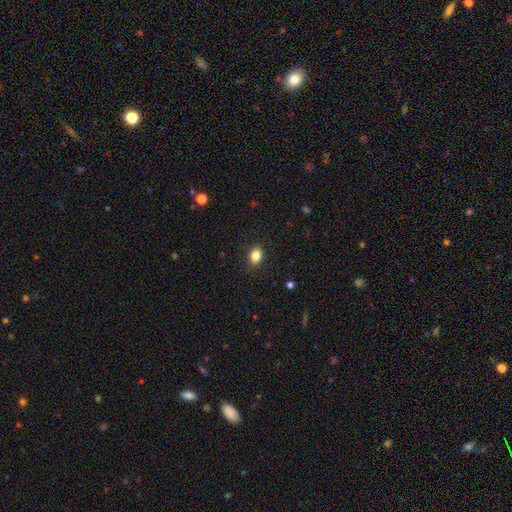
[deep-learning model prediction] A smooth galaxy with no disk features (85%) that is in between round and cigar-shaped (72%). Merging: none (88%).